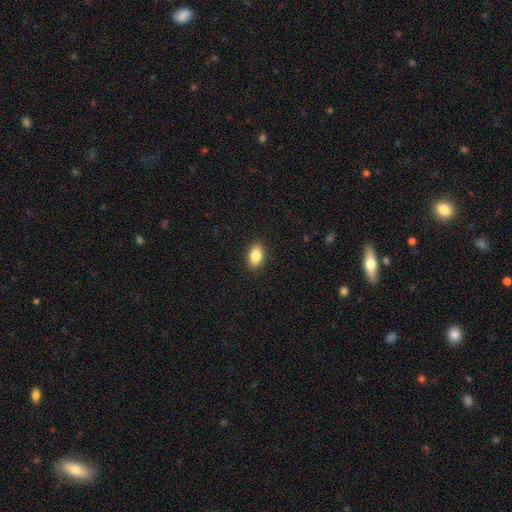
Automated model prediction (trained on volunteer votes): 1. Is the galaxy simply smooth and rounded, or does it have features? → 86% smooth, 8% star or artifact, 6% featured or disk.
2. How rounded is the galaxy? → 90% in between, 8% round, 2% cigar-shaped.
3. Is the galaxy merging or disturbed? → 90% none, 8% minor disturbance, 2% major disturbance, 1% merger.